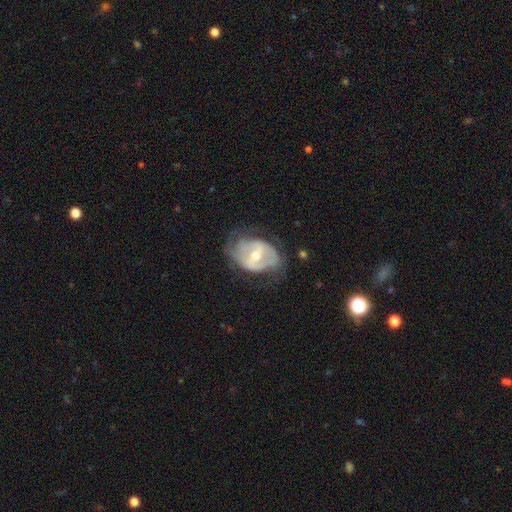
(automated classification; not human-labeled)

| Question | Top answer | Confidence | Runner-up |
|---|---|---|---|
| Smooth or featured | featured or disk | 74% | smooth (20%) |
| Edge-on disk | no | 95% | yes (5%) |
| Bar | weak | 43% | strong (35%) |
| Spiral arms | yes | 66% | no (34%) |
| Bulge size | moderate | 65% | small (30%) |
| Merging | none | 54% | minor disturbance (27%) |